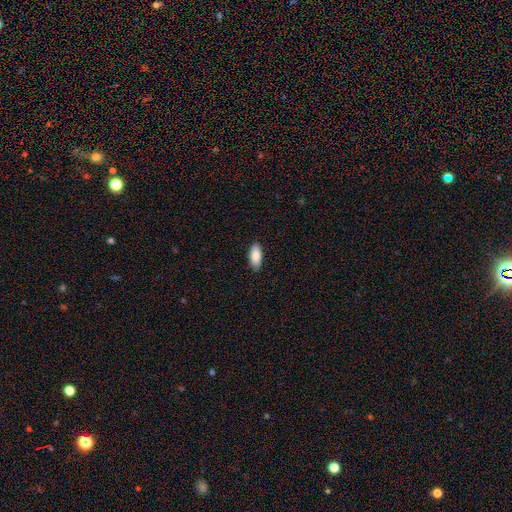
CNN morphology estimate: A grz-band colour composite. It shows a smooth galaxy with no disk features (86%) that is in between round and cigar-shaped (86%). Merging: none (88%).